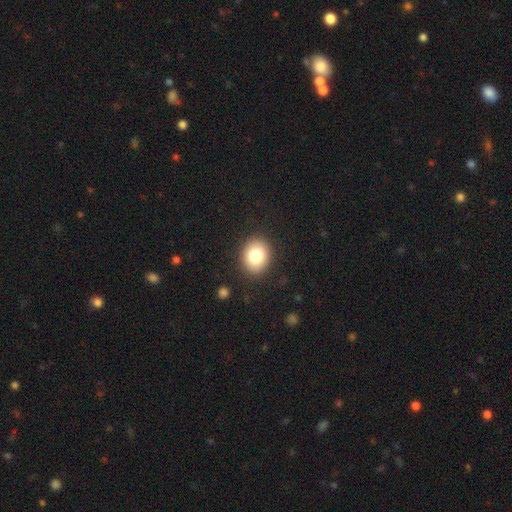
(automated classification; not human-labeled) Smooth or featured: smooth — 81% (featured or disk — 10%)
How rounded: round — 58% (in between — 41%)
Merging: none — 88% (minor disturbance — 8%)